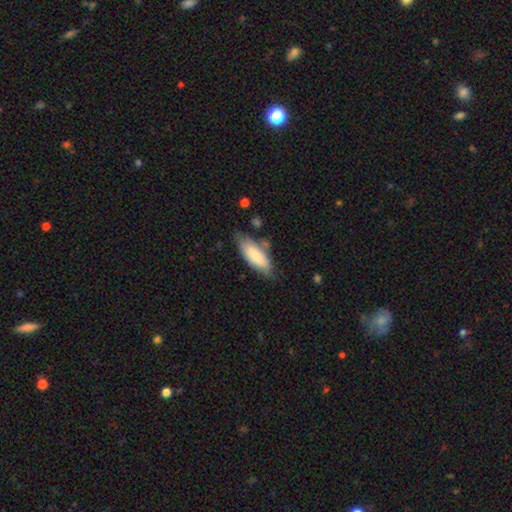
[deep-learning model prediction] A smooth galaxy with no disk features (73%) that is in between round and cigar-shaped (71%).

Vote fractions:
- Smooth or featured? smooth: 73% / featured or disk: 21% / star or artifact: 6%
- How rounded? in between: 71% / cigar-shaped: 27% / round: 2%
- Merging? none: 65% / minor disturbance: 24% / major disturbance: 6% / merger: 6%